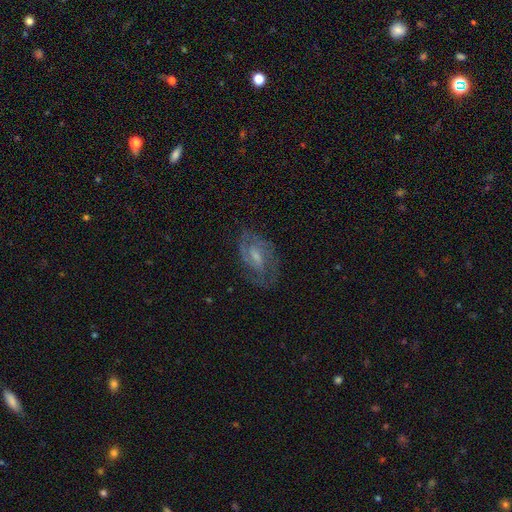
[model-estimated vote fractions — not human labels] Smooth or featured: featured or disk — 76% (smooth — 17%)
Edge-on disk: no — 95% (yes — 5%)
Bar: weak — 54% (no — 28%)
Spiral arms: yes — 90% (no — 10%)
Spiral winding: medium — 47% (tight — 40%)
Spiral arm count: 2 — 66% (can't tell — 19%)
Bulge size: small — 42% (moderate — 36%)
Merging: none — 69% (minor disturbance — 19%)